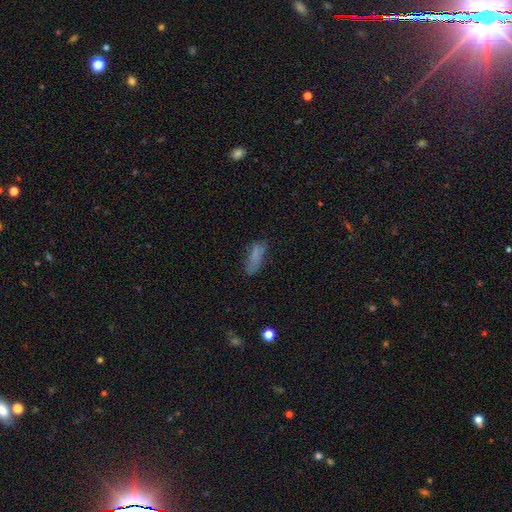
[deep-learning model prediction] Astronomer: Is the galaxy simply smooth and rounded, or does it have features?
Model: smooth — 74%.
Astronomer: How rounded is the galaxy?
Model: in between — 67%.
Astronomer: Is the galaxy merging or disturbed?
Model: none — 58%.